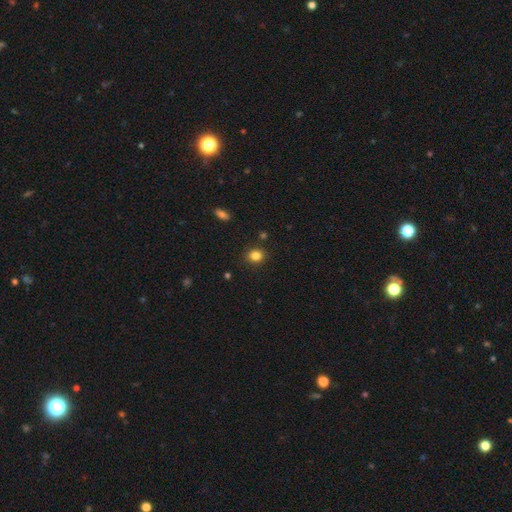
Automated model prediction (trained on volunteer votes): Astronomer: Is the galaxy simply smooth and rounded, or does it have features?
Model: smooth — 83%.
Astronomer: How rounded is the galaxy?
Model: round — 69%.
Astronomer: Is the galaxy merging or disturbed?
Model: none — 88%.